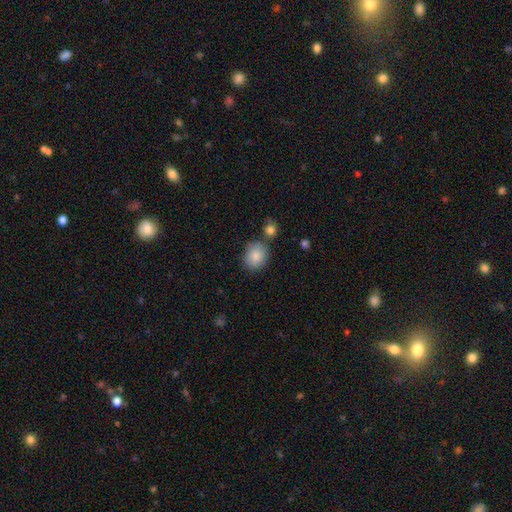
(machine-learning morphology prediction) A smooth galaxy with no disk features (86%) that is round (53%). Merging: none (71%).